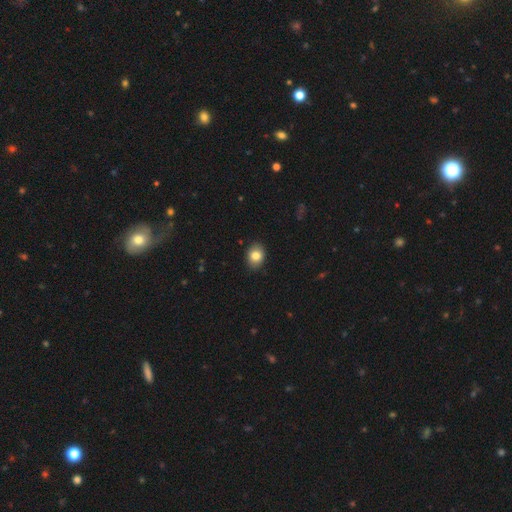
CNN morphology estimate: smooth_or_featured: smooth (p=0.83) [alt: star or artifact p=0.09]
how_rounded: in between (p=0.64) [alt: round p=0.35]
merging: none (p=0.88) [alt: minor disturbance p=0.10]